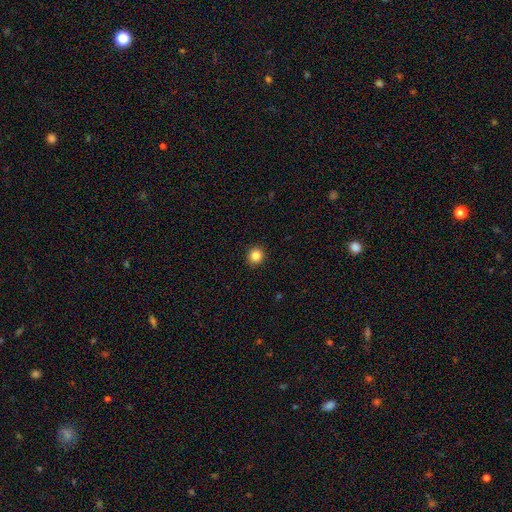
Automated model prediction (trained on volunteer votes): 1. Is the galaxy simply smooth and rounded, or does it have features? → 84% smooth, 11% star or artifact, 4% featured or disk.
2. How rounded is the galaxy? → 92% round, 7% in between, 1% cigar-shaped.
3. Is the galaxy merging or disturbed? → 92% none, 5% minor disturbance, 2% major disturbance, 1% merger.